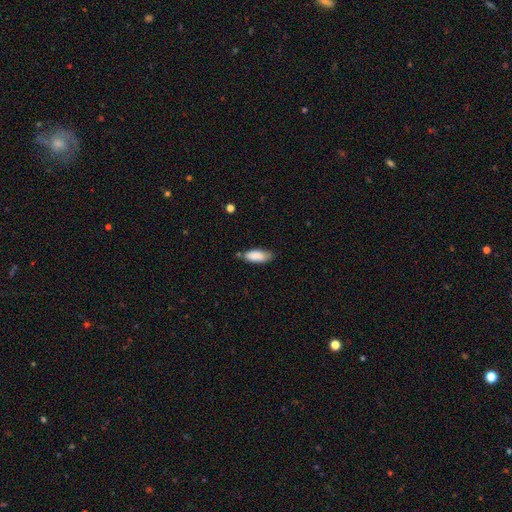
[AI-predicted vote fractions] Smooth or featured? Predicted: smooth (p=0.87). How rounded? Predicted: in between (p=0.81). Merging? Predicted: none (p=0.65).